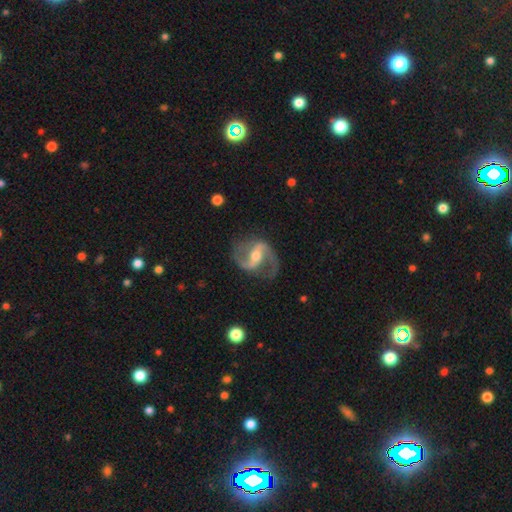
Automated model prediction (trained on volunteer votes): Smooth or featured: featured or disk — 91% (star or artifact — 5%)
Edge-on disk: no — 98% (yes — 2%)
Bar: strong — 44% (weak — 39%)
Spiral arms: yes — 97% (no — 3%)
Spiral winding: medium — 46% (loose — 45%)
Spiral arm count: 2 — 93% (1 — 2%)
Bulge size: moderate — 60% (small — 34%)
Merging: none — 78% (minor disturbance — 14%)